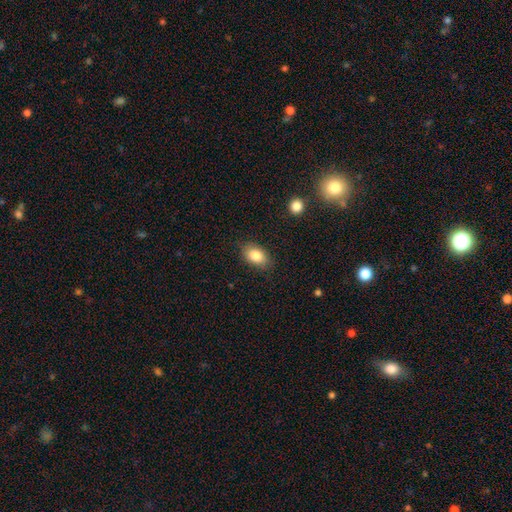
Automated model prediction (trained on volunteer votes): Overall: smooth (84%). How rounded: in between (88%). Merging: none (84%).